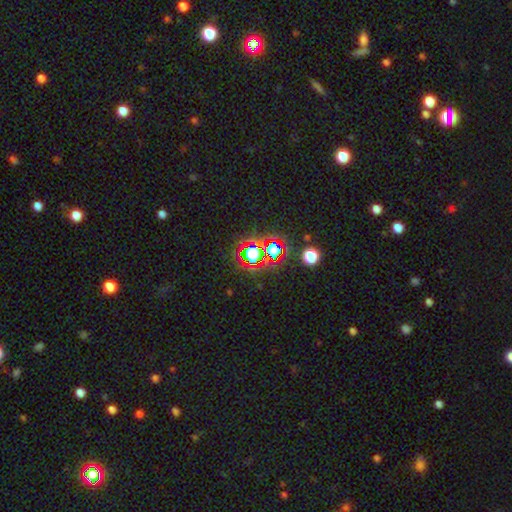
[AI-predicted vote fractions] Smooth or featured? star or artifact (70%)